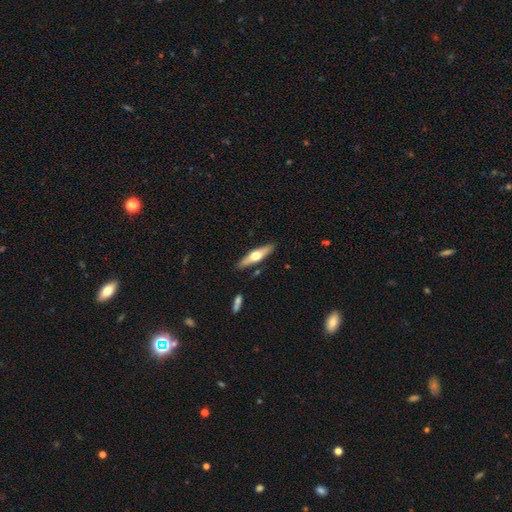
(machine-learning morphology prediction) smooth-or-featured: featured or disk: 52% | smooth: 42% | star or artifact: 5%
  disk-edge-on: yes: 91% | no: 9%
  merging: none: 87% | minor disturbance: 9% | merger: 3% | major disturbance: 2%